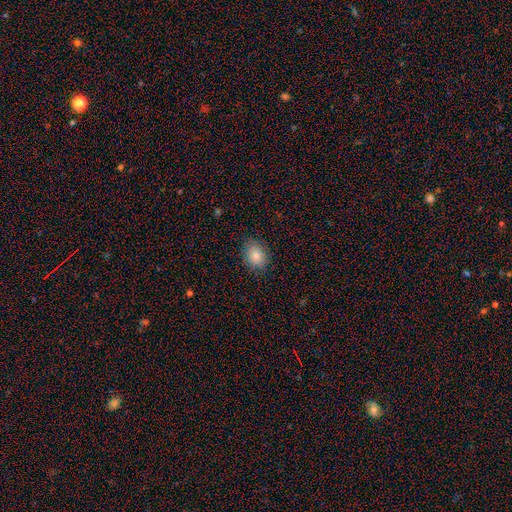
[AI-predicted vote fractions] Smooth or featured: smooth — 84% (star or artifact — 9%)
How rounded: in between — 63% (round — 36%)
Merging: none — 87% (minor disturbance — 10%)